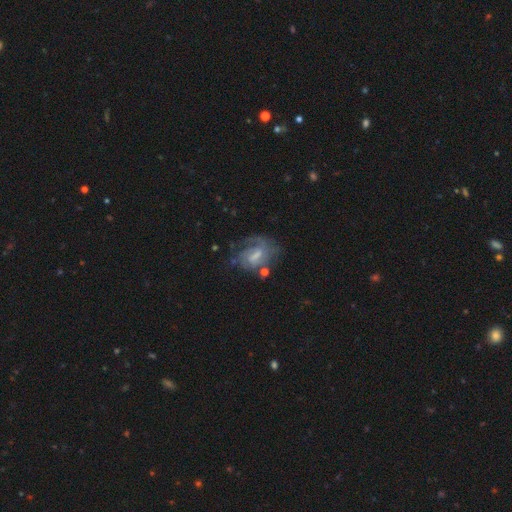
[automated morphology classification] featured or disk 69%, smooth 22%, star or artifact 9%. Down the decision tree: edge-on disk — no (96%); bar — weak (52%); spiral arms — yes (80%); spiral arm count — 2 (34%); spiral winding — tight (41%); bulge size — moderate (32%); merging — none (46%).